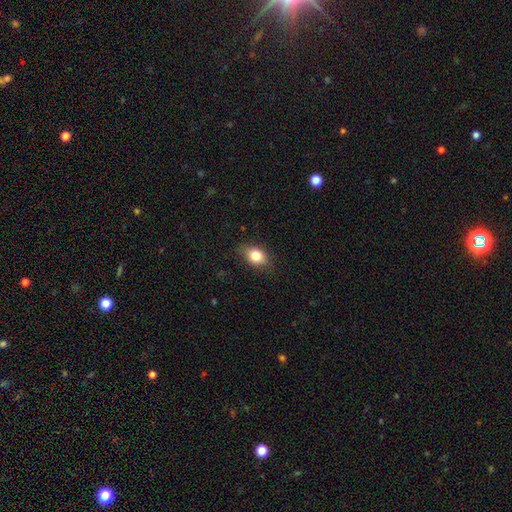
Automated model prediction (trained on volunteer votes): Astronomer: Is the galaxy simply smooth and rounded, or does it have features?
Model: smooth — 81%.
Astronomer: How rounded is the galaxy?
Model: in between — 74%.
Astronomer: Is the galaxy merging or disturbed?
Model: none — 80%.